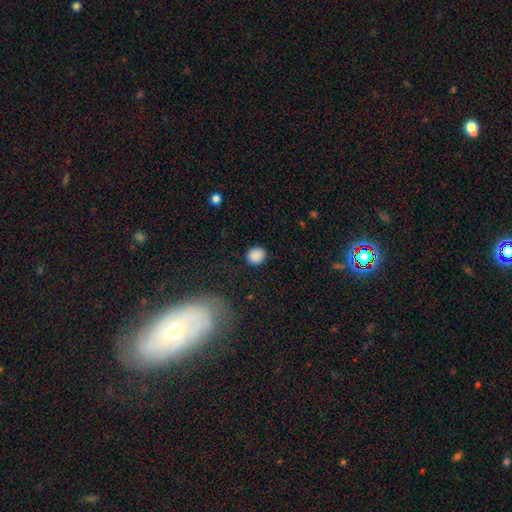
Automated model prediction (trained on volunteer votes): Smooth or featured?
  - smooth: 88% *
  - star or artifact: 9%
  - featured or disk: 3%
How rounded?
  - round: 77% *
  - in between: 22%
  - cigar-shaped: 1%
Merging?
  - none: 88% *
  - minor disturbance: 8%
  - major disturbance: 3%
  - merger: 1%